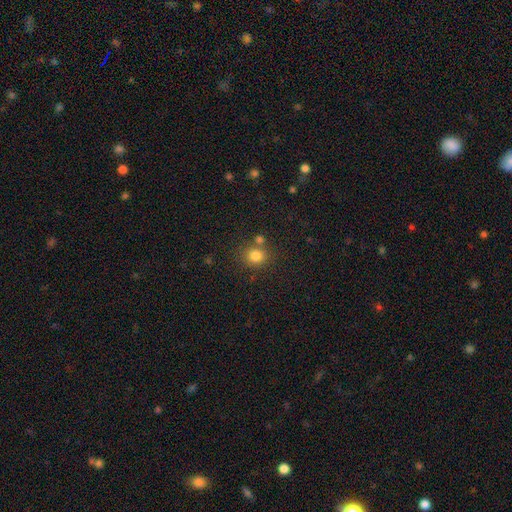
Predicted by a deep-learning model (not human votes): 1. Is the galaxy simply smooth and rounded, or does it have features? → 81% smooth, 13% star or artifact, 6% featured or disk.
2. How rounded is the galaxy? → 83% round, 16% in between, 1% cigar-shaped.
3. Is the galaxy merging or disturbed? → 71% none, 16% merger, 10% minor disturbance, 3% major disturbance.